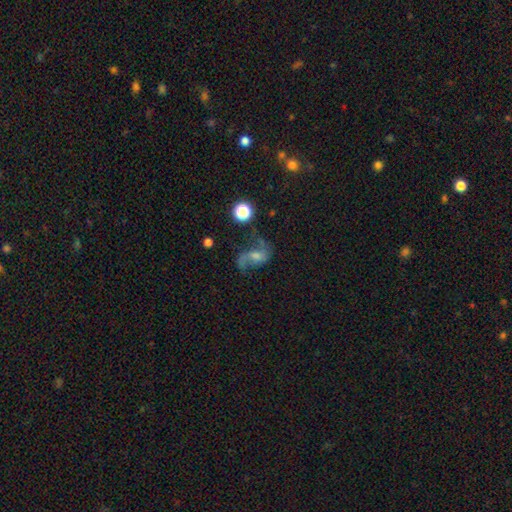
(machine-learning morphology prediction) featured or disk 63%, smooth 23%, star or artifact 14%. Down the decision tree: edge-on disk — no (96%); bar — weak (45%); spiral arms — yes (86%); spiral arm count — 2 (81%); spiral winding — loose (71%); bulge size — moderate (40%); merging — none (48%).